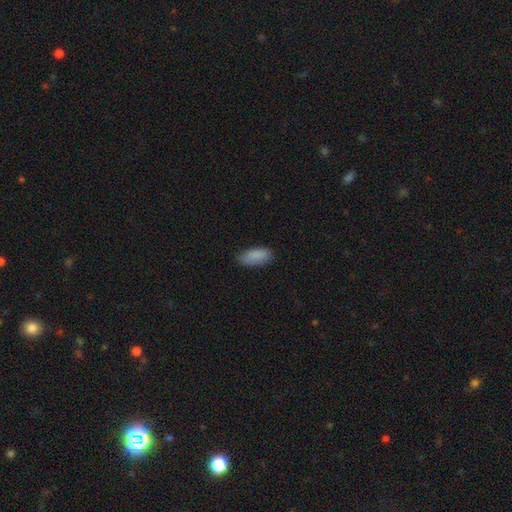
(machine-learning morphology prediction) Smooth or featured? Predicted: smooth (p=0.87). How rounded? Predicted: in between (p=0.89). Merging? Predicted: none (p=0.73).